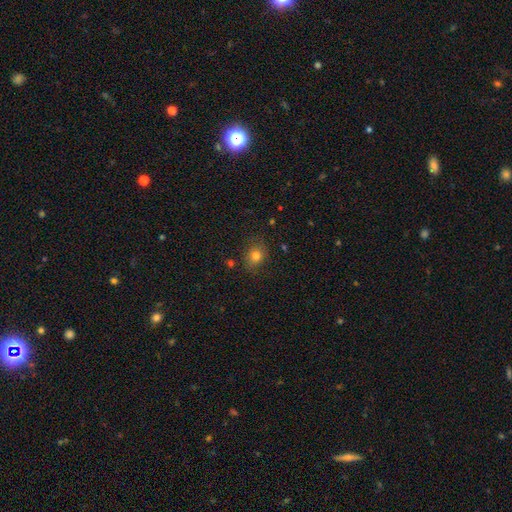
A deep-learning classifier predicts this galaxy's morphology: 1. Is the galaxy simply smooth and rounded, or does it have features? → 78% smooth, 14% star or artifact, 9% featured or disk.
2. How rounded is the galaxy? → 60% round, 39% in between, 1% cigar-shaped.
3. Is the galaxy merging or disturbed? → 79% none, 15% minor disturbance, 4% major disturbance, 2% merger.